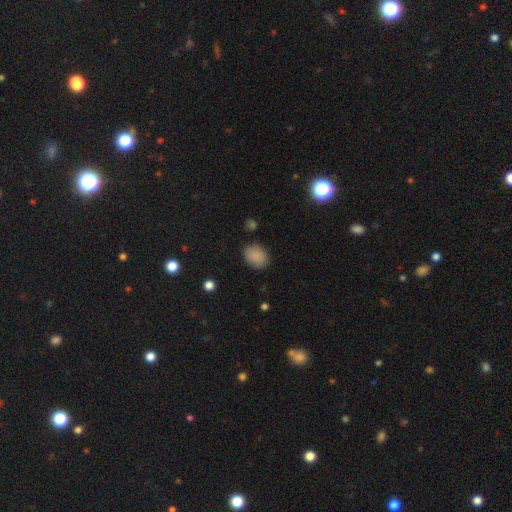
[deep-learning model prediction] This is clearly a smooth galaxy (87%). How rounded: possibly in between (57%). Merging: clearly none (84%).